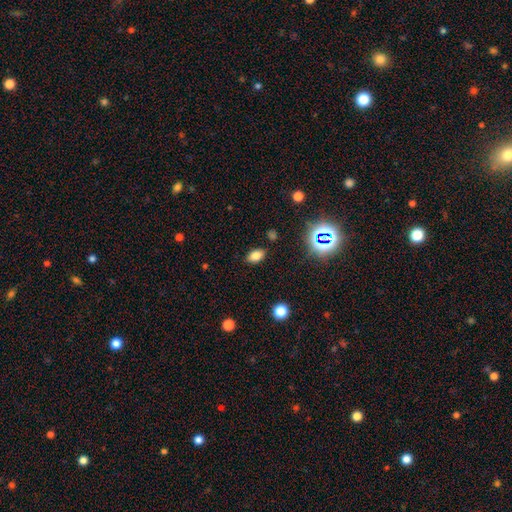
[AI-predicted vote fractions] A smooth galaxy with no disk features (76%) that is in between round and cigar-shaped (87%).

Vote fractions:
- Smooth or featured? smooth: 76% / star or artifact: 16% / featured or disk: 8%
- How rounded? in between: 87% / round: 10% / cigar-shaped: 2%
- Merging? none: 86% / minor disturbance: 9% / major disturbance: 3% / merger: 2%